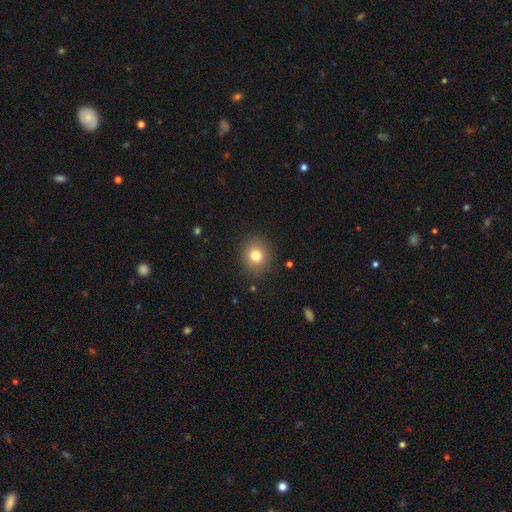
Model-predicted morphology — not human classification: Q: Smooth or featured?
A: smooth (80%); runner-up: star or artifact (11%)
Q: How rounded?
A: round (79%); runner-up: in between (20%)
Q: Merging?
A: none (87%); runner-up: minor disturbance (9%)